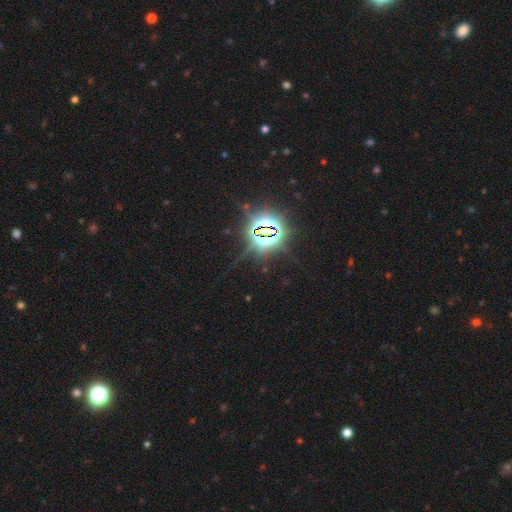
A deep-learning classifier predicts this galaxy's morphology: Q: Smooth or featured?
A: star or artifact (85%); runner-up: smooth (9%)